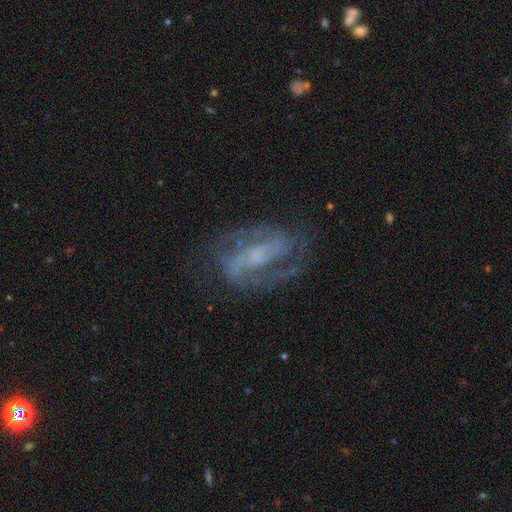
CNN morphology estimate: This appears to be a featured or disk galaxy (84%) with a weak bar (43%), 2 (82%) medium (52%) spiral arms (93%) and a small central bulge (45%). Merging: none (70%).